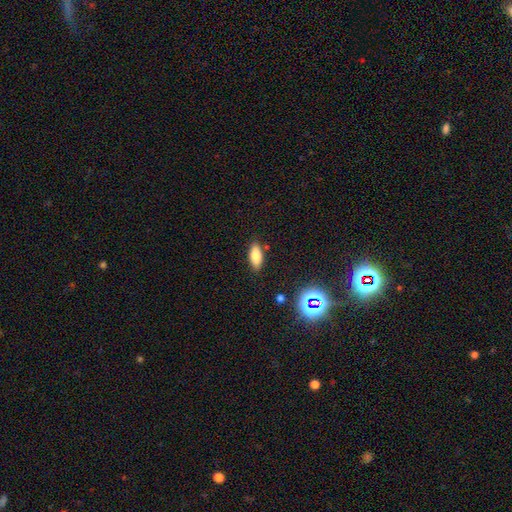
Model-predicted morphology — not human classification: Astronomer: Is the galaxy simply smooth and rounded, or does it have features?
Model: smooth — 77%.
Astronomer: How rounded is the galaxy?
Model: in between — 80%.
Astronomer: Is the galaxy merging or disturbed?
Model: none — 85%.